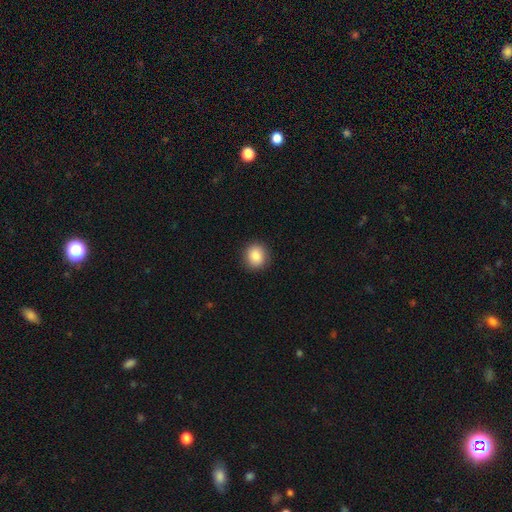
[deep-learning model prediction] The model was most divided on "how rounded": round: 82%, in between: 17%, cigar-shaped: 1%. More confident: merging — none (90%); smooth or featured — smooth (86%).